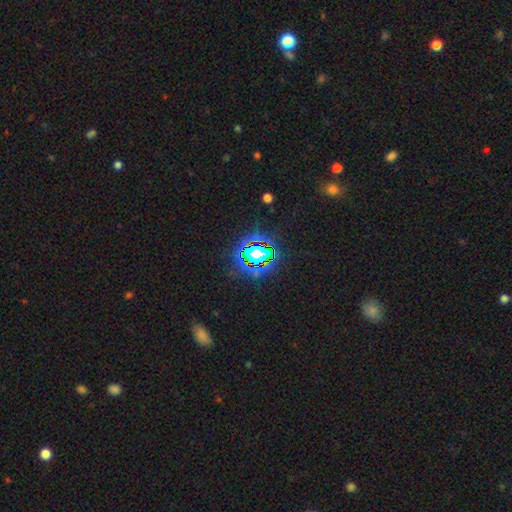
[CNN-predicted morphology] This appears to be a star or artifact, not a galaxy (78%).